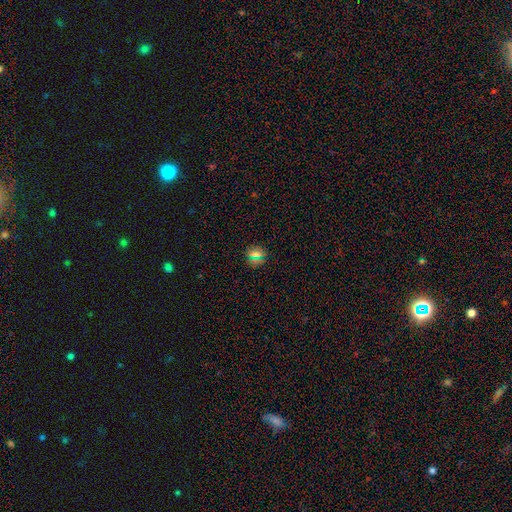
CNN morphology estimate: This is likely a smooth galaxy (65%). How rounded: clearly round (85%). Merging: clearly none (88%).